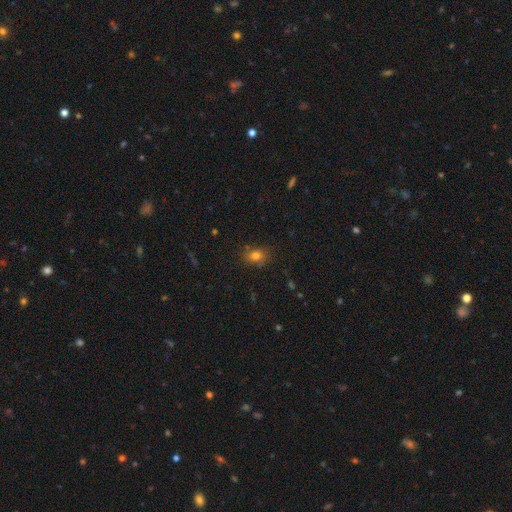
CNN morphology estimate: smooth-or-featured: smooth: 77% | star or artifact: 14% | featured or disk: 8%
  how-rounded: in between: 51% | round: 48% | cigar-shaped: 1%
  merging: none: 79% | minor disturbance: 15% | major disturbance: 4% | merger: 2%